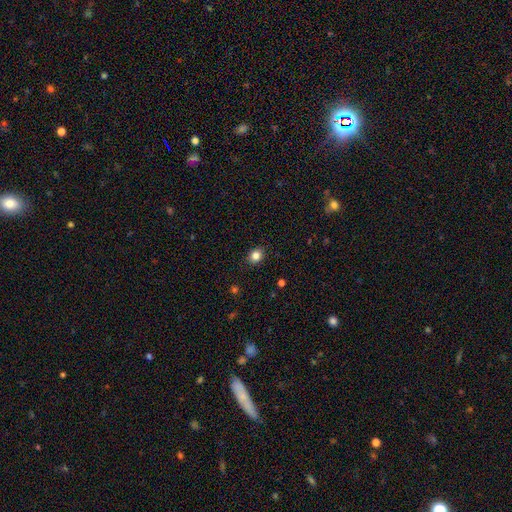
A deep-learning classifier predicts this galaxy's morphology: Q: Smooth or featured?
A: smooth (83%); runner-up: star or artifact (11%)
Q: How rounded?
A: round (62%); runner-up: in between (37%)
Q: Merging?
A: none (89%); runner-up: minor disturbance (8%)